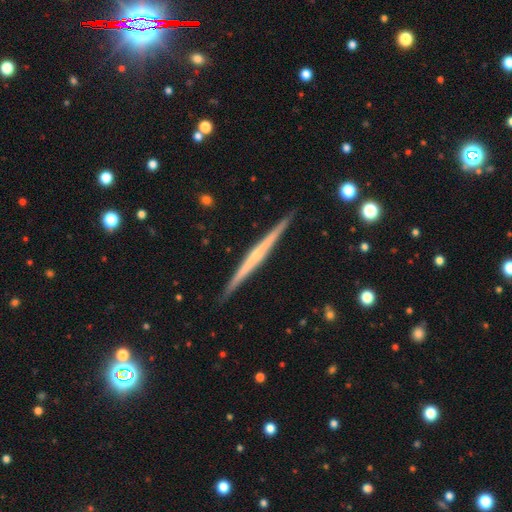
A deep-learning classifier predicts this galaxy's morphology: featured or disk 71%, smooth 23%, star or artifact 5%. Down the decision tree: edge-on disk — yes (98%); edge-on bulge — none (61%); merging — none (92%).